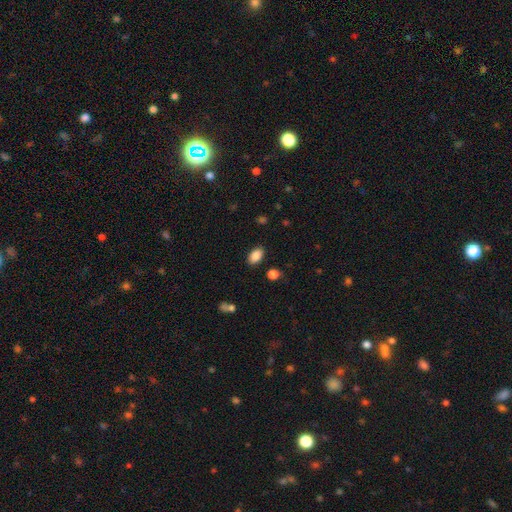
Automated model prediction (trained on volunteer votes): Smooth or featured? Predicted: smooth (p=0.87). How rounded? Predicted: in between (p=0.90). Merging? Predicted: none (p=0.86).